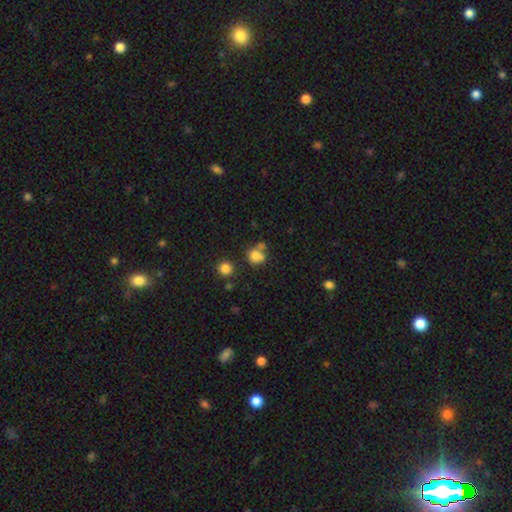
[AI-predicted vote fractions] The model was most divided on "merging": none: 48%, merger: 30%, minor disturbance: 14%, major disturbance: 7%. More confident: smooth or featured — smooth (76%); how rounded — round (75%).